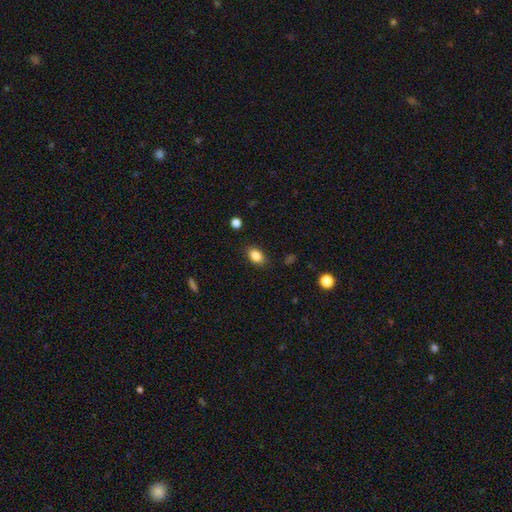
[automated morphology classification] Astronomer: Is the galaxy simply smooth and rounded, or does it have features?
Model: smooth — 85%.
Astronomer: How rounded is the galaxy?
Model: in between — 85%.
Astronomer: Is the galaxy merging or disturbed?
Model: none — 86%.